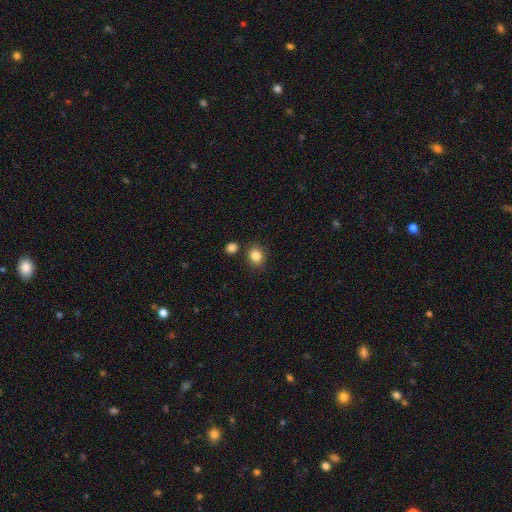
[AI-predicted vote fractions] smooth 85%, star or artifact 10%, featured or disk 5%. Down the decision tree: how rounded — round (61%); merging — none (80%).